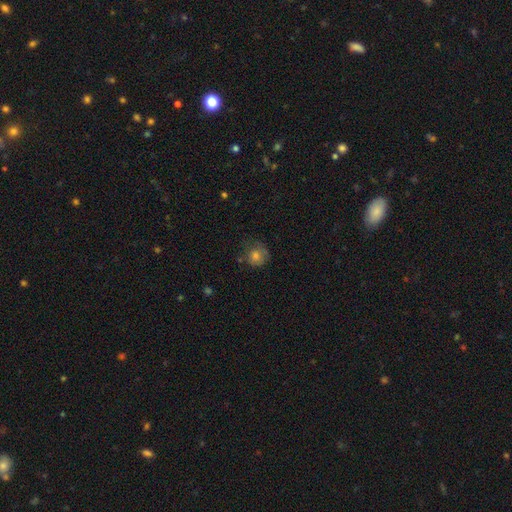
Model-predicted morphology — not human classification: Smooth or featured?
  - smooth: 68% *
  - featured or disk: 18%
  - star or artifact: 14%
How rounded?
  - round: 85% *
  - in between: 14%
  - cigar-shaped: 1%
Merging?
  - none: 59% *
  - minor disturbance: 25%
  - major disturbance: 13%
  - merger: 3%